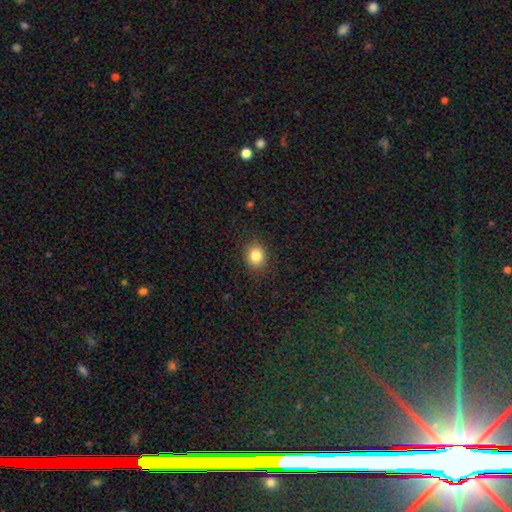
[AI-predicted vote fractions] Smooth or featured: smooth — 84% (star or artifact — 11%)
How rounded: round — 75% (in between — 24%)
Merging: none — 89% (minor disturbance — 8%)